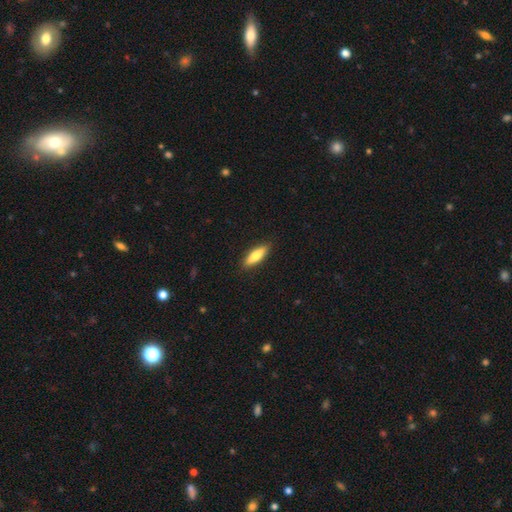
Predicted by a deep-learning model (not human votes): A smooth galaxy with no disk features (73%) that is cigar-shaped (58%).

Vote fractions:
- Smooth or featured? smooth: 73% / featured or disk: 21% / star or artifact: 5%
- How rounded? cigar-shaped: 58% / in between: 40% / round: 2%
- Merging? none: 89% / minor disturbance: 8% / major disturbance: 2% / merger: 1%